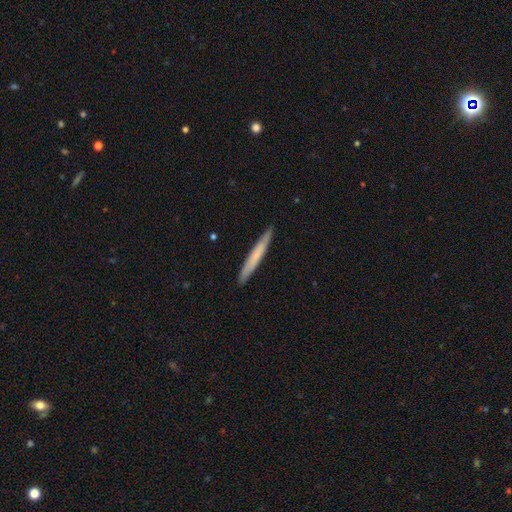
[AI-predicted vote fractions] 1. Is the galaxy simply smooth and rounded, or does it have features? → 64% smooth, 30% featured or disk, 5% star or artifact.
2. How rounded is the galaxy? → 97% cigar-shaped, 2% in between, 1% round.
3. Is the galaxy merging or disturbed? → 91% none, 6% minor disturbance, 1% major disturbance, 1% merger.